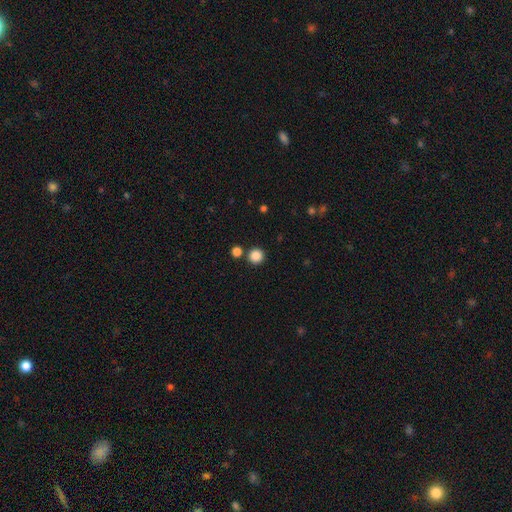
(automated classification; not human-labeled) Smooth or featured? smooth (86%)
How rounded? round (95%)
Merging? none (84%)